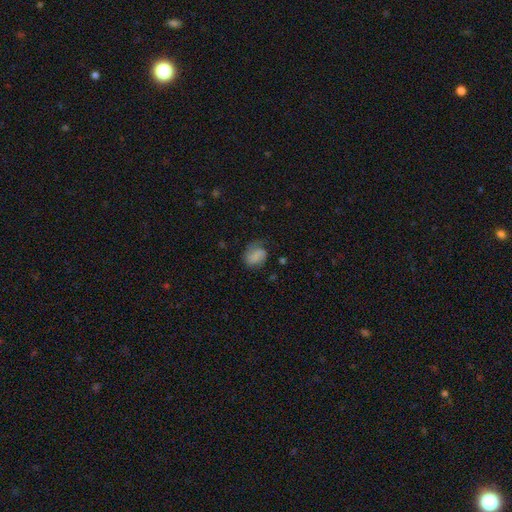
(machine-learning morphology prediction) smooth 61%, featured or disk 30%, star or artifact 10%. Down the decision tree: how rounded — in between (58%); merging — none (52%).